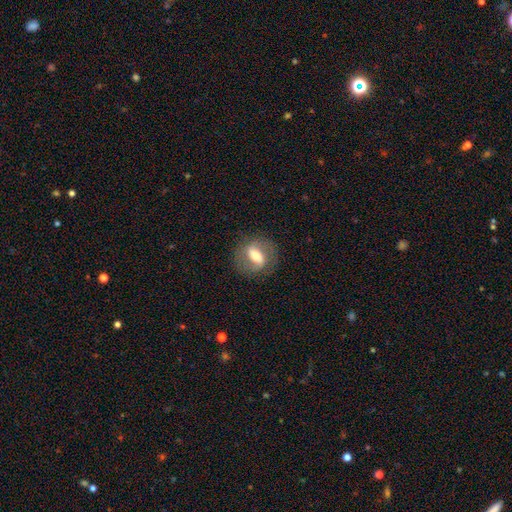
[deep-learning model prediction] Overall: featured or disk (58%; smooth 34%). Edge-on disk: no (86%). Bar: strong (50%; weak 35%). Spiral arms: yes (56%; no 44%). Bulge size: moderate (64%). Merging: none (79%).